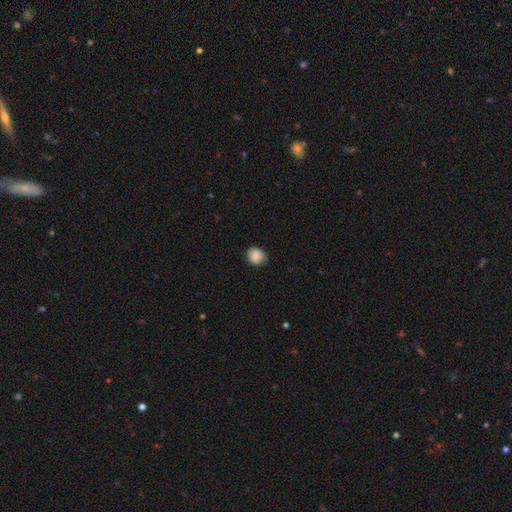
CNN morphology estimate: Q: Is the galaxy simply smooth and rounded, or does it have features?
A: smooth — 87%.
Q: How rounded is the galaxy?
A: round — 65%.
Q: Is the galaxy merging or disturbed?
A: none — 76%.